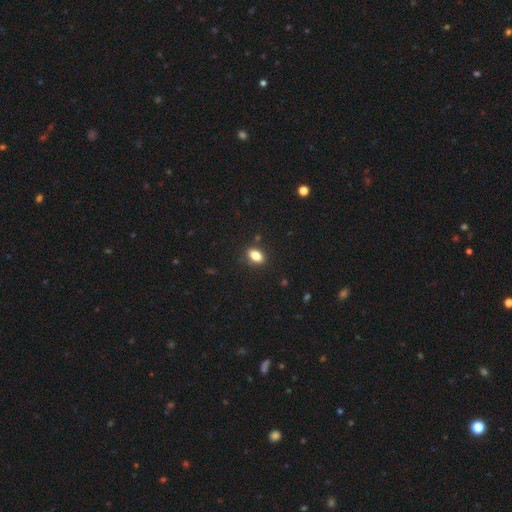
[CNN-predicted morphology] Smooth or featured? Predicted: smooth (p=0.83). How rounded? Predicted: in between (p=0.86). Merging? Predicted: none (p=0.86).